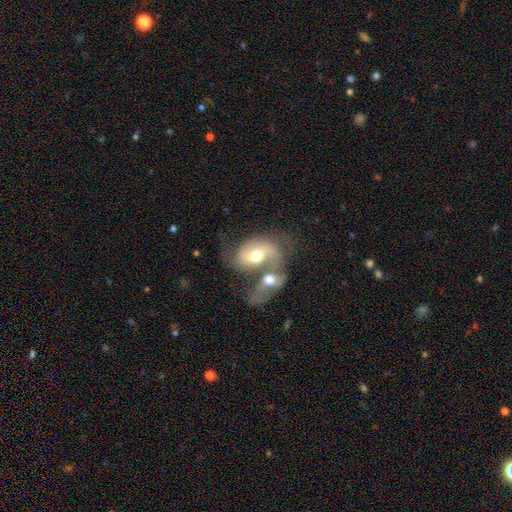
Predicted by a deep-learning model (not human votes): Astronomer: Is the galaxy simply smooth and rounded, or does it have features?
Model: featured or disk — 55% (runner-up: smooth, 38%).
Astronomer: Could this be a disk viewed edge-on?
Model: no — 95%.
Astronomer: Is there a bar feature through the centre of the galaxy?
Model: no — 59%.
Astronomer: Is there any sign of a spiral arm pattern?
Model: yes — 66%.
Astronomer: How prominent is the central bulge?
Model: moderate — 72%.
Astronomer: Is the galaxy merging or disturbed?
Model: merger — 74%.